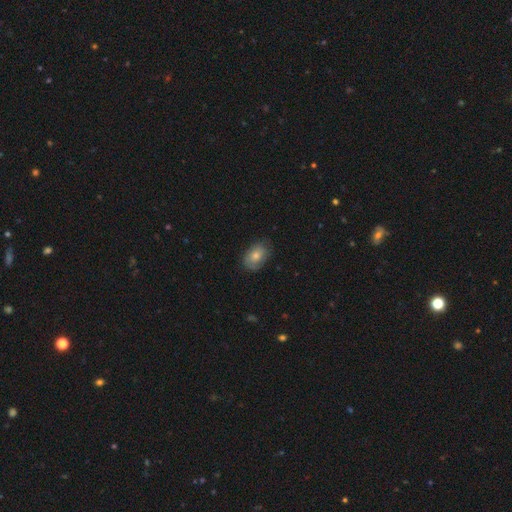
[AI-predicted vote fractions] Q: Smooth or featured?
A: smooth (70%); runner-up: featured or disk (22%)
Q: How rounded?
A: in between (82%); runner-up: round (17%)
Q: Merging?
A: none (73%); runner-up: minor disturbance (21%)